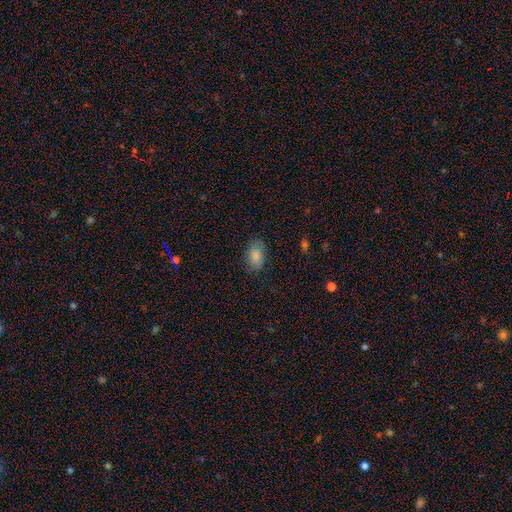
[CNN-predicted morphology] Smooth or featured?
  - smooth: 81% *
  - featured or disk: 10%
  - star or artifact: 8%
How rounded?
  - in between: 87% *
  - round: 12%
  - cigar-shaped: 1%
Merging?
  - none: 78% *
  - minor disturbance: 17%
  - major disturbance: 5%
  - merger: 1%